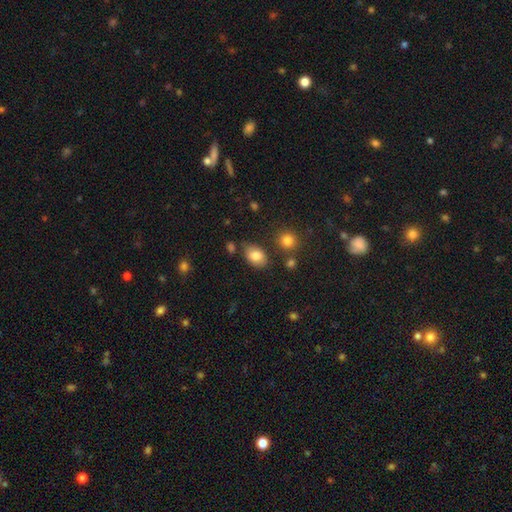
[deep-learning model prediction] The model was most divided on "merging": none: 77%, minor disturbance: 14%, merger: 5%, major disturbance: 4%. More confident: how rounded — in between (84%); smooth or featured — smooth (82%).